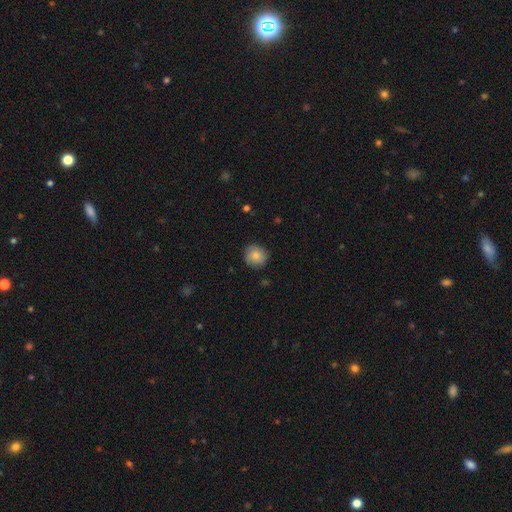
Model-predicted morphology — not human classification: A smooth galaxy with no disk features (76%) that is round (90%). Merging: none (85%).